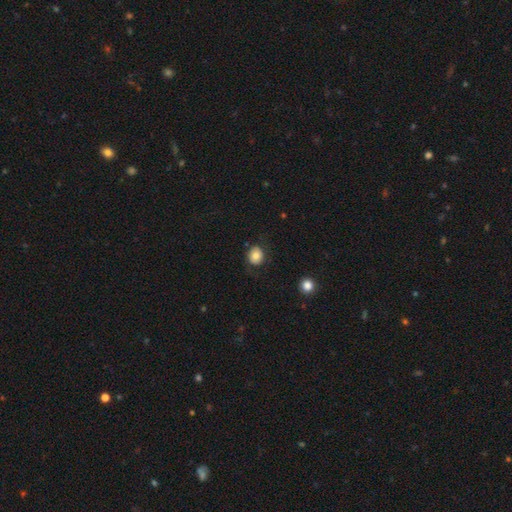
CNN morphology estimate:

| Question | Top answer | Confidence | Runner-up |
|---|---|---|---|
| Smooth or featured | smooth | 77% | featured or disk (14%) |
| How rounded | round | 69% | in between (30%) |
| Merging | none | 76% | minor disturbance (15%) |